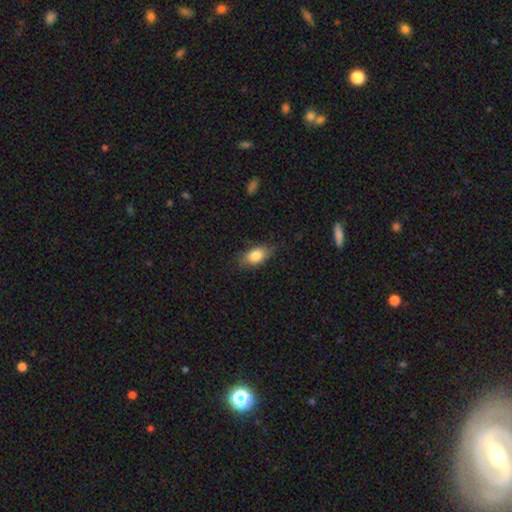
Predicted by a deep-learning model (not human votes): This is clearly a smooth galaxy (81%). How rounded: clearly in between (86%). Merging: likely none (79%).